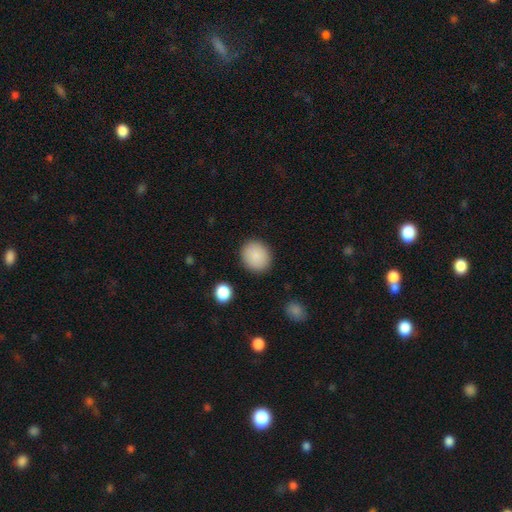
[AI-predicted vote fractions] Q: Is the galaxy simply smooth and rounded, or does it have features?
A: smooth — 87%.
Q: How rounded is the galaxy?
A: round — 73%.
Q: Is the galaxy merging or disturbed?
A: none — 88%.